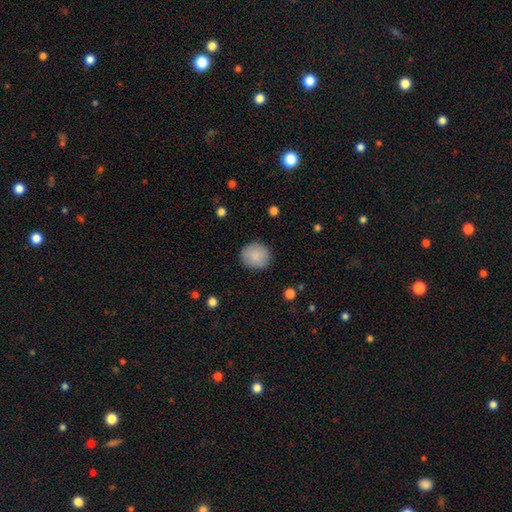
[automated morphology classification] Q: Smooth or featured?
A: smooth (88%); runner-up: star or artifact (7%)
Q: How rounded?
A: round (86%); runner-up: in between (13%)
Q: Merging?
A: none (89%); runner-up: minor disturbance (8%)